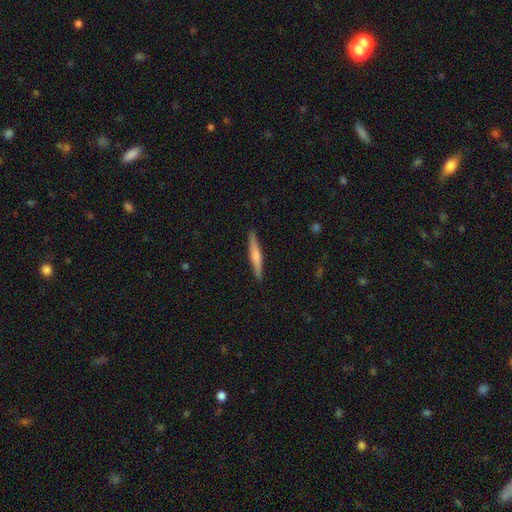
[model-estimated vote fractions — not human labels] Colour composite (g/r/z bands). It shows a smooth galaxy with no disk features (58%) that is cigar-shaped (94%). Merging: none (90%).